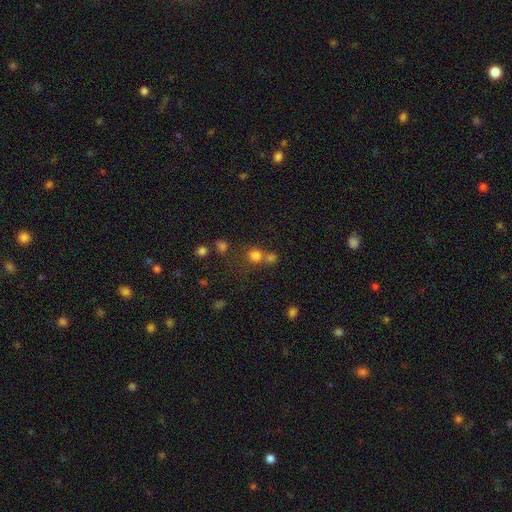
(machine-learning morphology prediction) Smooth or featured?
  - smooth: 75% *
  - star or artifact: 17%
  - featured or disk: 8%
How rounded?
  - round: 85% *
  - in between: 14%
  - cigar-shaped: 1%
Merging?
  - none: 48% *
  - merger: 40%
  - minor disturbance: 7%
  - major disturbance: 4%